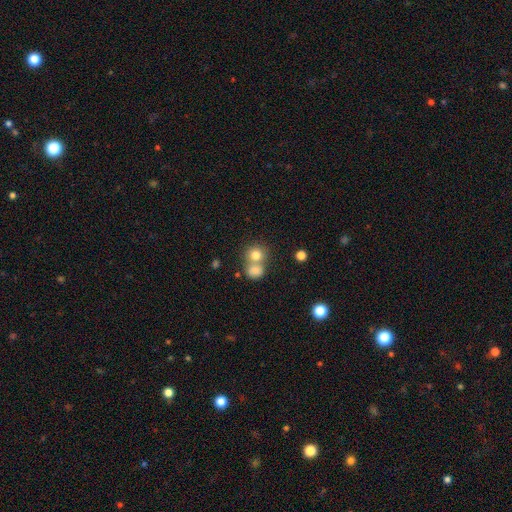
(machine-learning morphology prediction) smooth_or_featured: smooth (p=0.79) [alt: star or artifact p=0.11]
how_rounded: round (p=0.82) [alt: in between p=0.17]
merging: merger (p=0.46) [alt: none p=0.44]